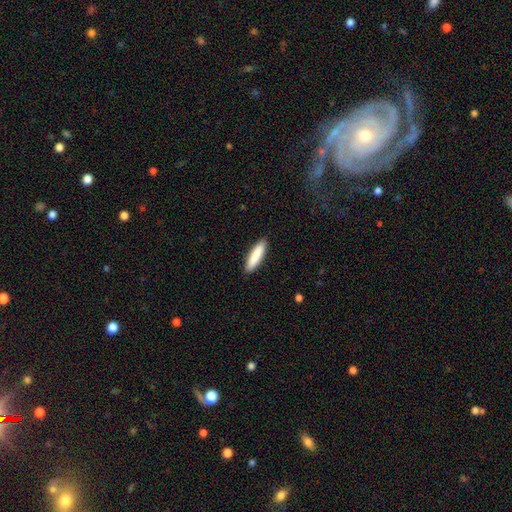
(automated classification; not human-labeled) smooth-or-featured: smooth: 86% | featured or disk: 9% | star or artifact: 5%
  how-rounded: cigar-shaped: 78% | in between: 21% | round: 1%
  merging: none: 90% | minor disturbance: 7% | major disturbance: 1% | merger: 1%